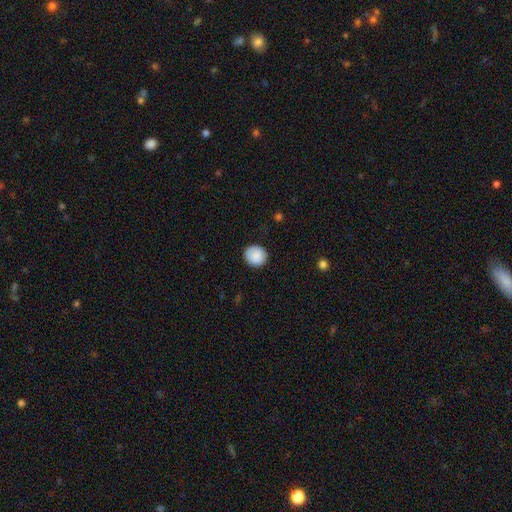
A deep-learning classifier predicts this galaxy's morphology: This is clearly a smooth galaxy (87%). How rounded: clearly round (88%). Merging: clearly none (86%).